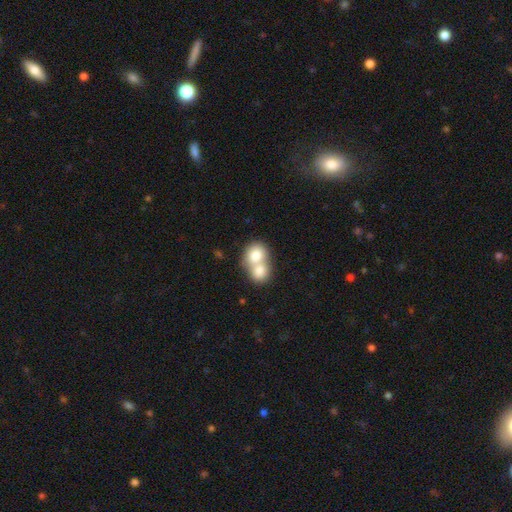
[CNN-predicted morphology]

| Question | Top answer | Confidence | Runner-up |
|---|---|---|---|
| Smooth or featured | smooth | 76% | featured or disk (17%) |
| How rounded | round | 65% | in between (34%) |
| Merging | merger | 74% | none (19%) |